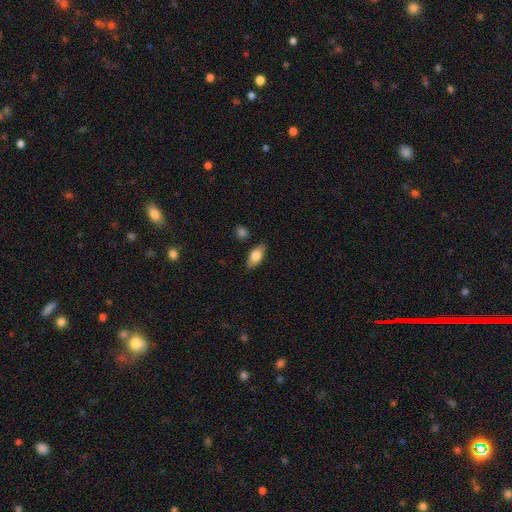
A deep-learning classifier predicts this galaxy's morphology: Smooth or featured: smooth — 76% (featured or disk — 17%)
How rounded: in between — 86% (cigar-shaped — 10%)
Merging: none — 84% (minor disturbance — 11%)